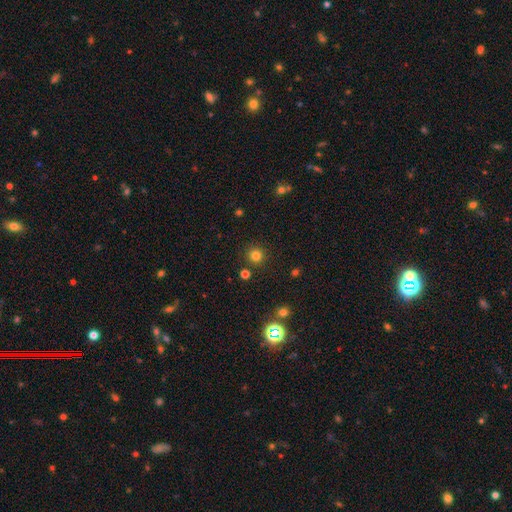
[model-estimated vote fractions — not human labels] This is likely a smooth galaxy (78%). How rounded: clearly round (95%). Merging: clearly none (89%).